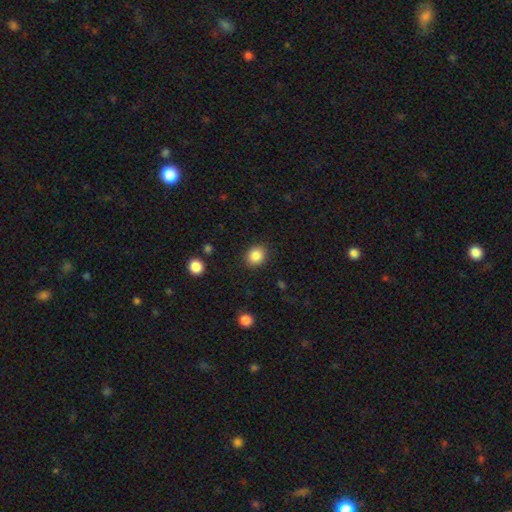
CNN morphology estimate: smooth_or_featured: smooth (p=0.87) [alt: star or artifact p=0.09]
how_rounded: round (p=0.72) [alt: in between p=0.27]
merging: none (p=0.89) [alt: minor disturbance p=0.07]